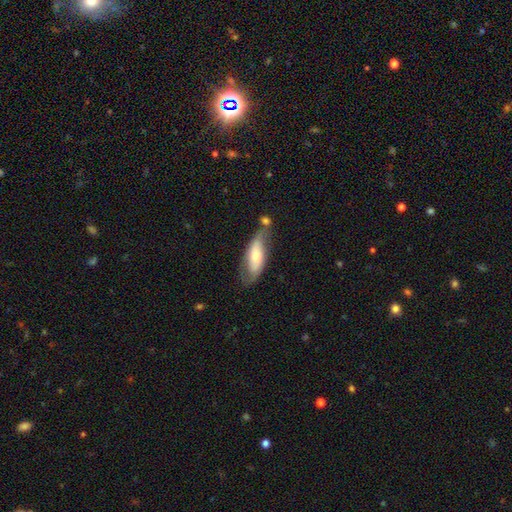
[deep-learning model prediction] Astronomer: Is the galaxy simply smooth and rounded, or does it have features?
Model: featured or disk — 47% (runner-up: smooth, 46%).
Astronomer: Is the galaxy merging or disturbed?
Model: none — 48% (runner-up: minor disturbance, 27%).